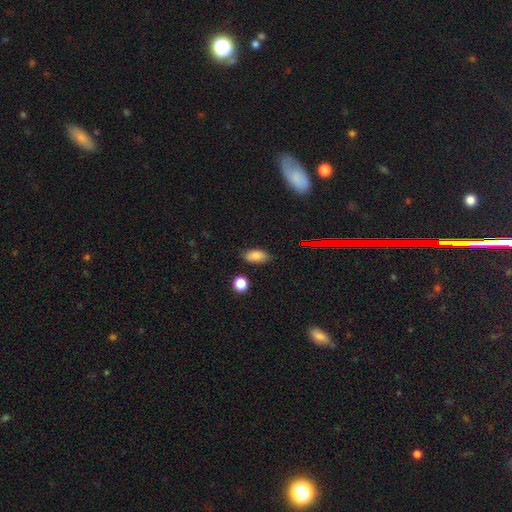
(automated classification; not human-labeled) smooth 82%, star or artifact 11%, featured or disk 7%. Down the decision tree: how rounded — in between (90%); merging — none (82%).